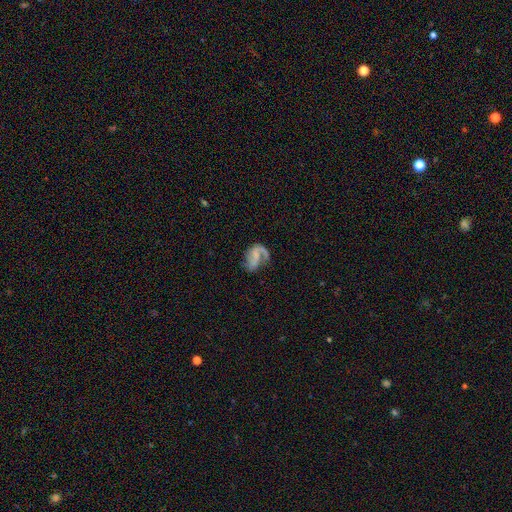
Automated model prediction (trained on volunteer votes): Q: Smooth or featured?
A: featured or disk (71%); runner-up: smooth (21%)
Q: Edge-on disk?
A: no (98%); runner-up: yes (2%)
Q: Bar?
A: no (48%); runner-up: weak (37%)
Q: Spiral arms?
A: yes (87%); runner-up: no (13%)
Q: Spiral winding?
A: loose (51%); runner-up: medium (36%)
Q: Spiral arm count?
A: 2 (55%); runner-up: 1 (37%)
Q: Bulge size?
A: none (52%); runner-up: small (30%)
Q: Merging?
A: none (40%); runner-up: major disturbance (33%)